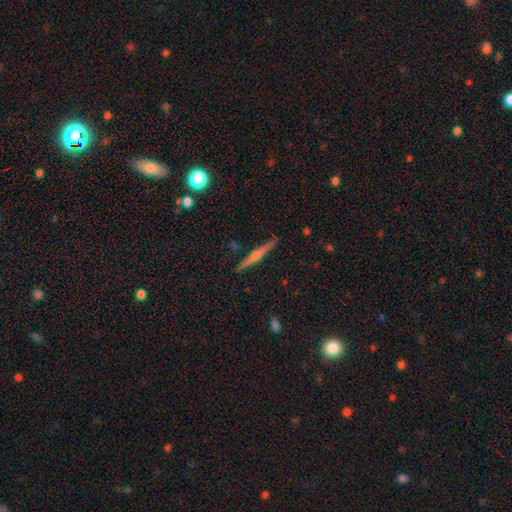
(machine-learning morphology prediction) smooth_or_featured: featured or disk (p=0.75) [alt: smooth p=0.19]
disk_edge_on: yes (p=0.98) [alt: no p=0.02]
edge_on_bulge: rounded (p=0.82) [alt: boxy p=0.10]
merging: none (p=0.92) [alt: minor disturbance p=0.06]